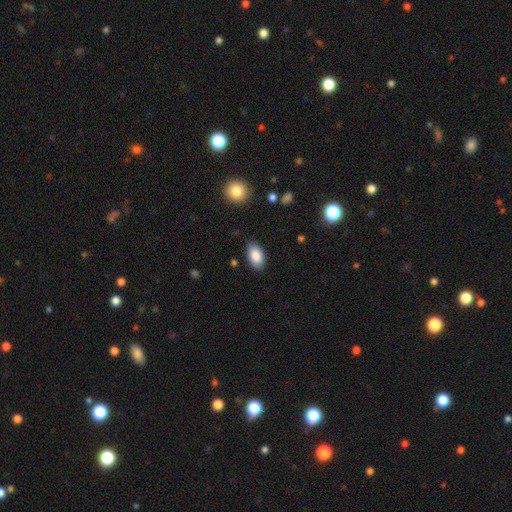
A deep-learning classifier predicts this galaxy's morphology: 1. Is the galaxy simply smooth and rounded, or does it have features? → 88% smooth, 7% star or artifact, 5% featured or disk.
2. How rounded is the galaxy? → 93% in between, 5% round, 2% cigar-shaped.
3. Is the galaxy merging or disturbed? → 84% none, 13% minor disturbance, 3% major disturbance, 1% merger.